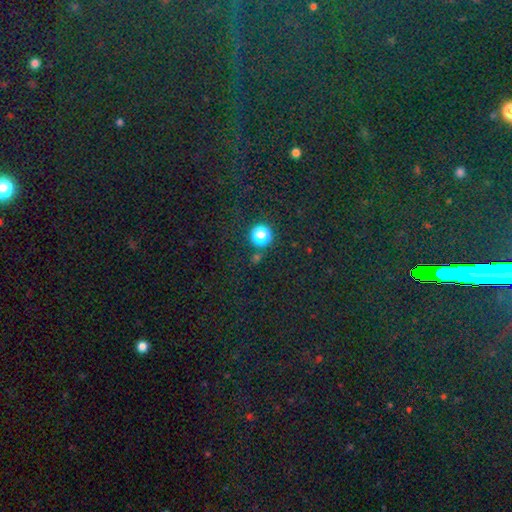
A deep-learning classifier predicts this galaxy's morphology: A star or artifact, not a galaxy (60%).

Vote fractions:
- Smooth or featured? star or artifact: 60% / smooth: 34% / featured or disk: 7%